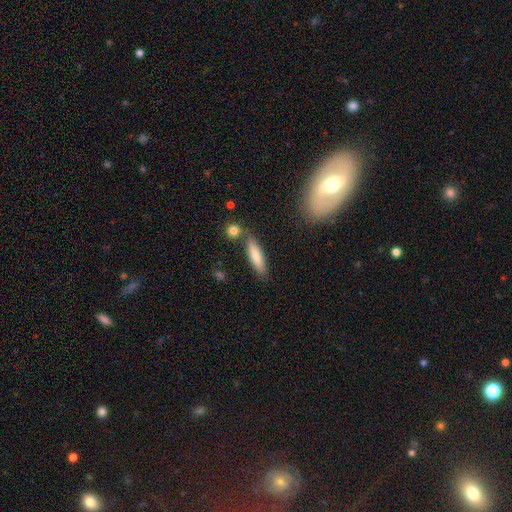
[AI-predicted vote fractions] Q: Smooth or featured?
A: smooth (78%); runner-up: featured or disk (16%)
Q: How rounded?
A: cigar-shaped (66%); runner-up: in between (32%)
Q: Merging?
A: none (75%); runner-up: minor disturbance (12%)